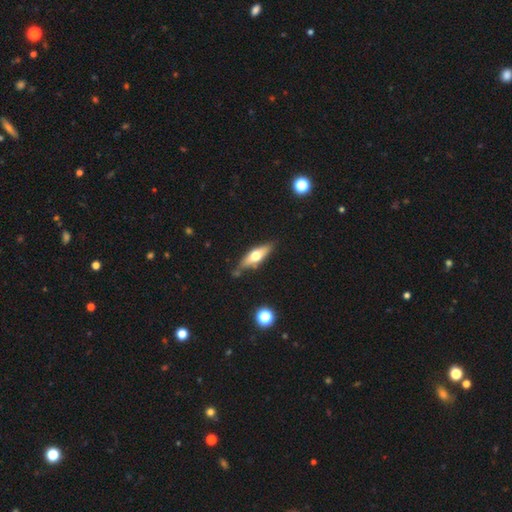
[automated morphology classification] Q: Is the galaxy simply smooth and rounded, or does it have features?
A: smooth — 49%.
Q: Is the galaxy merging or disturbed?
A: none — 75%.